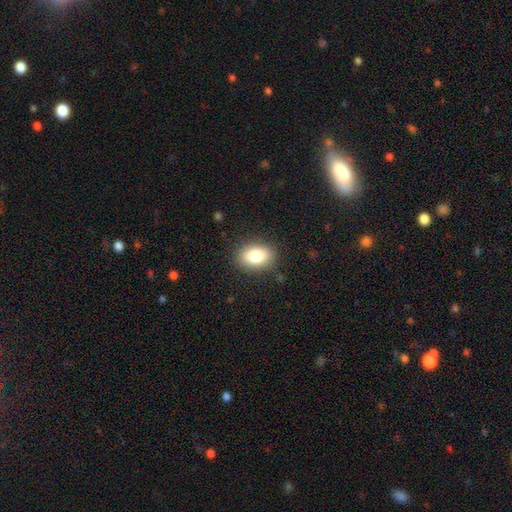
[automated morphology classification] type=smooth (80%); roundness=in between (80%); merging=none (87%).